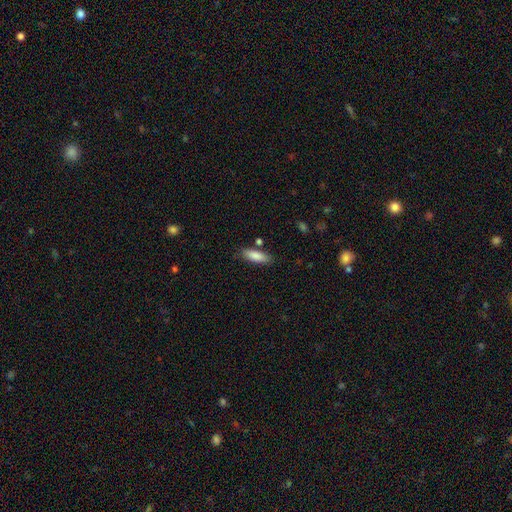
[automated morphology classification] smooth 86%, featured or disk 8%, star or artifact 6%. Down the decision tree: how rounded — in between (59%); merging — none (80%).